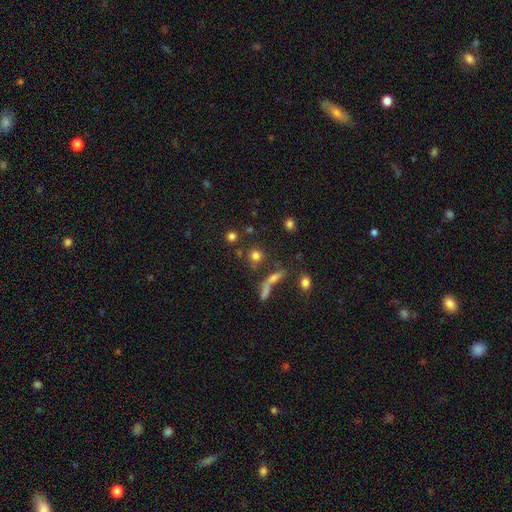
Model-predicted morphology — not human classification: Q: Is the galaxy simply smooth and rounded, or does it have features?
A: smooth — 73%.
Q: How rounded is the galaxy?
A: round — 84%.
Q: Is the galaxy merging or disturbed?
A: none — 67%.